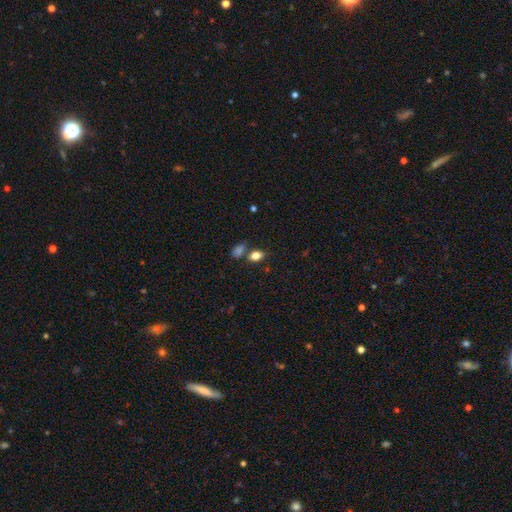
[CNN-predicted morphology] Smooth or featured: smooth — 82% (star or artifact — 10%)
How rounded: in between — 84% (round — 13%)
Merging: none — 66% (merger — 18%)